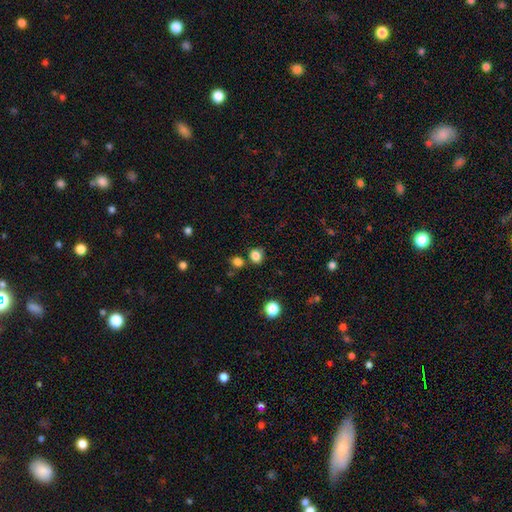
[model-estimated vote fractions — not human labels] This appears to be a smooth galaxy with no disk features (83%) that is round (73%). Merging: none (78%).